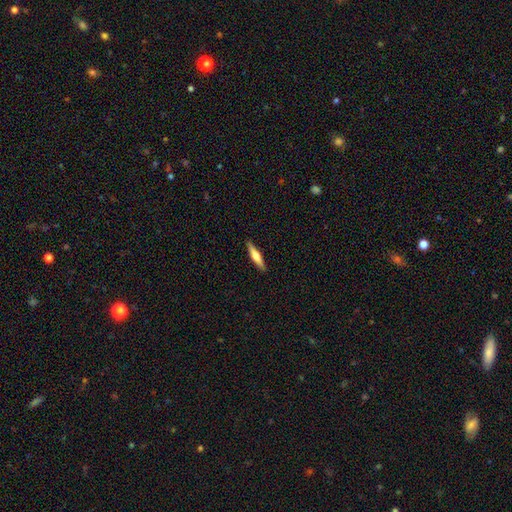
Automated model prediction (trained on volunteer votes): Smooth or featured?
  - smooth: 51% *
  - featured or disk: 44%
  - star or artifact: 6%
How rounded?
  - cigar-shaped: 84% *
  - in between: 14%
  - round: 2%
Merging?
  - none: 90% *
  - minor disturbance: 7%
  - major disturbance: 2%
  - merger: 1%